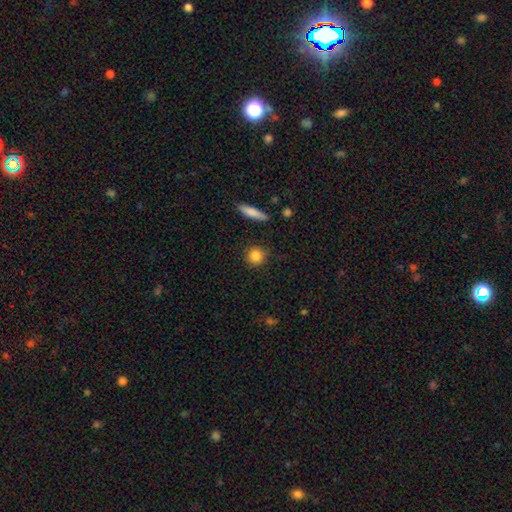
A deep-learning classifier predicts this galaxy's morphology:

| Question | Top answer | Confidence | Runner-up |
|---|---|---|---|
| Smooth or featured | smooth | 85% | star or artifact (9%) |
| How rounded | round | 89% | in between (9%) |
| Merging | none | 88% | minor disturbance (8%) |